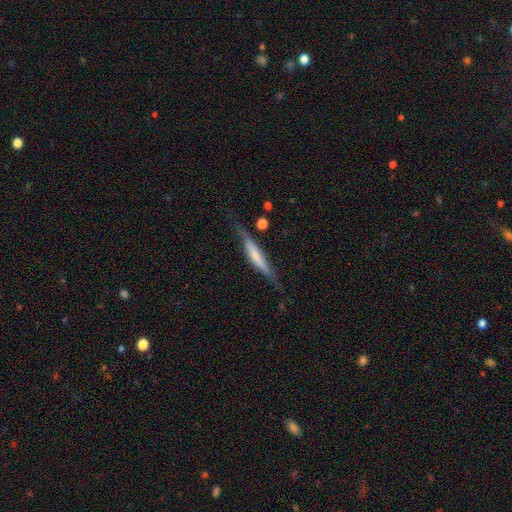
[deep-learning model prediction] This appears to be a featured or disk galaxy (47%, tied with smooth). Merging: none (67%).